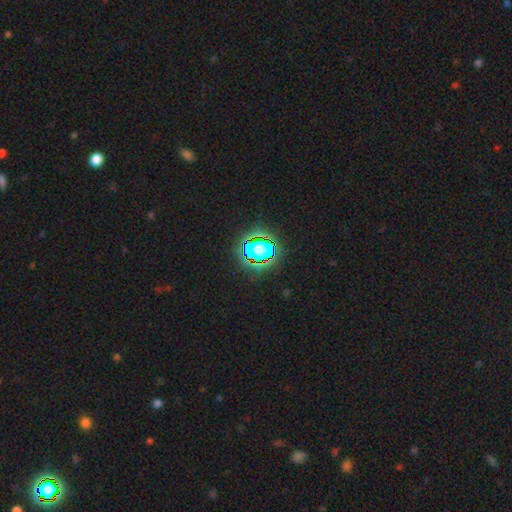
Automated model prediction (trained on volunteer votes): Smooth or featured?
  - star or artifact: 82% *
  - smooth: 12%
  - featured or disk: 6%